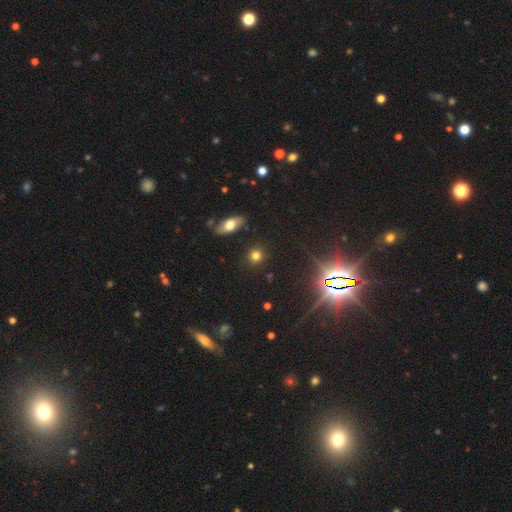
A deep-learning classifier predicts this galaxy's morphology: smooth 76%, star or artifact 18%, featured or disk 7%. Down the decision tree: how rounded — round (87%); merging — none (88%).